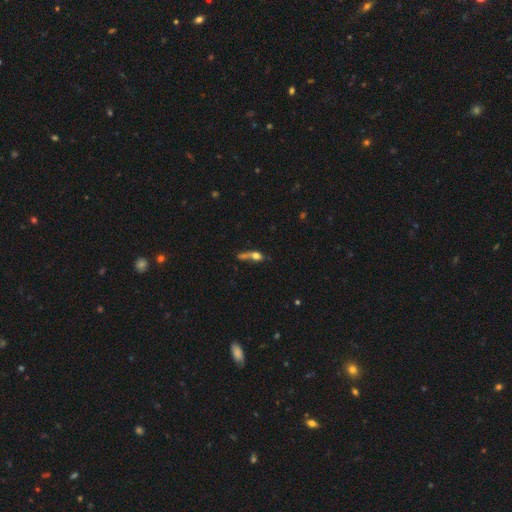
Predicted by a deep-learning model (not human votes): This appears to be a smooth galaxy with no disk features (52%) that is in between round and cigar-shaped (39%). Merging: none (31%).